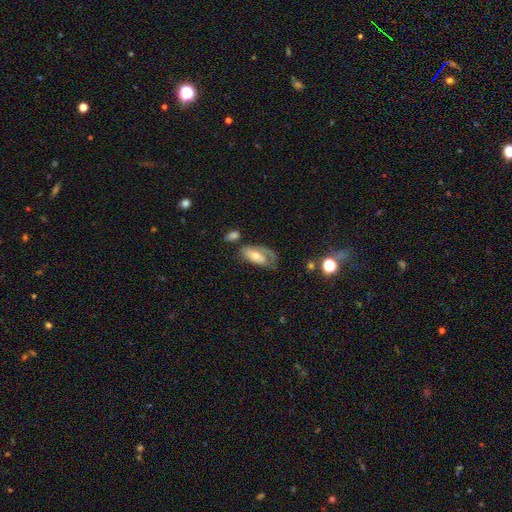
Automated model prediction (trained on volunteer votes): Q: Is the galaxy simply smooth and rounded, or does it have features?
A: featured or disk — 52%.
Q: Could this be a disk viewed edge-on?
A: no — 88%.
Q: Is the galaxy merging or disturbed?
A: none — 39%.